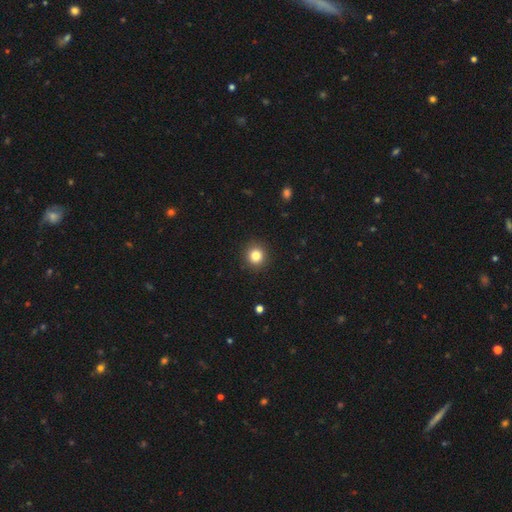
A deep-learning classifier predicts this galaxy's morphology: The model was most divided on "smooth or featured": smooth: 83%, star or artifact: 11%, featured or disk: 6%. More confident: how rounded — round (93%); merging — none (92%).